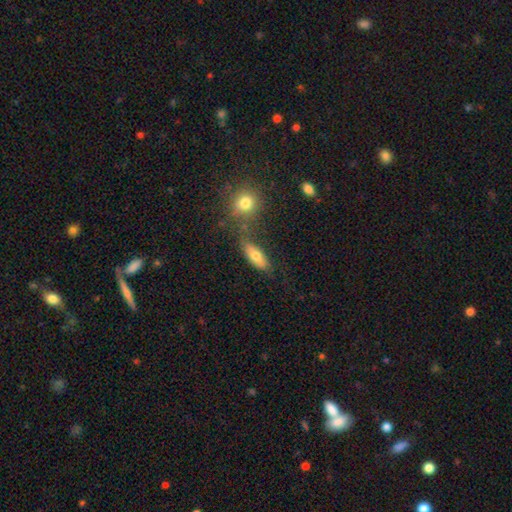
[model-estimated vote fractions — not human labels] Smooth or featured? smooth (70%)
How rounded? in between (70%)
Merging? none (61%)